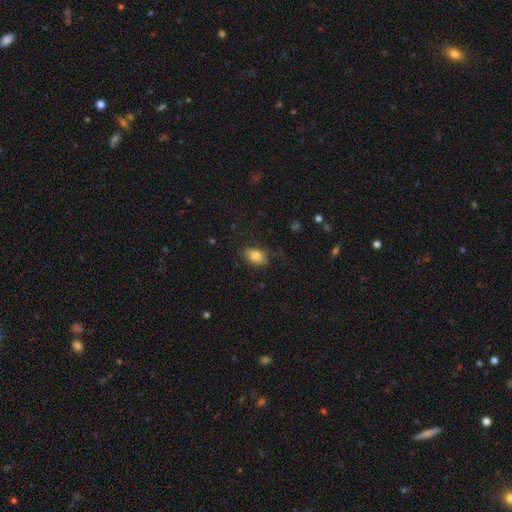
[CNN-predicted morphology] Smooth or featured? smooth (82%)
How rounded? in between (86%)
Merging? none (74%)